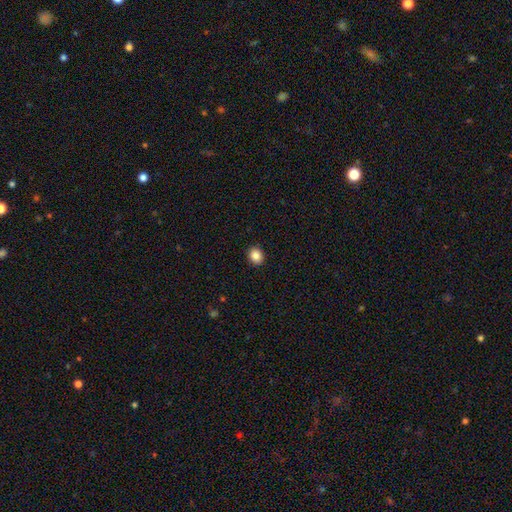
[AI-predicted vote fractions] Smooth or featured: smooth — 87% (star or artifact — 10%)
How rounded: round — 62% (in between — 37%)
Merging: none — 92% (minor disturbance — 6%)